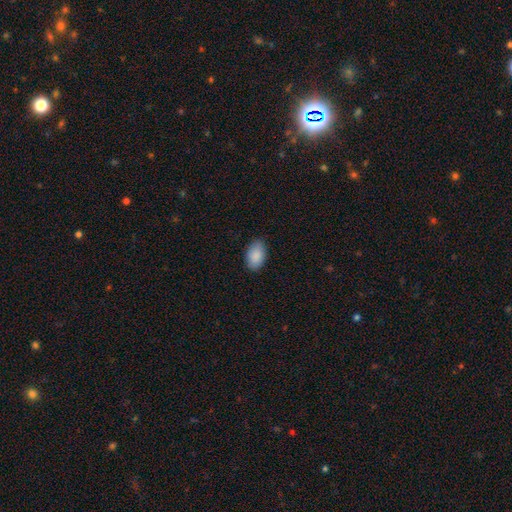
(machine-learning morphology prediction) Smooth or featured? Predicted: smooth (p=0.90). How rounded? Predicted: in between (p=0.92). Merging? Predicted: none (p=0.86).